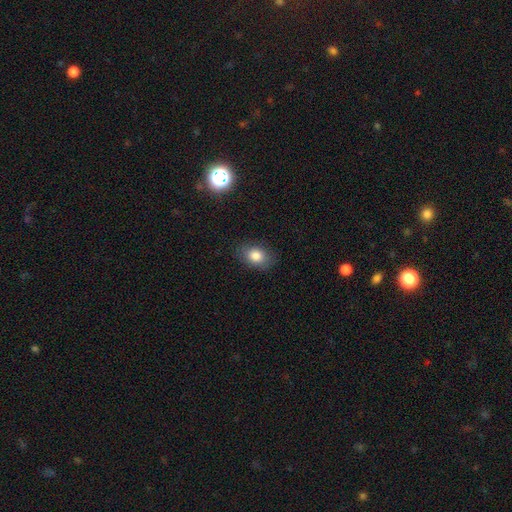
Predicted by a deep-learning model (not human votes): A smooth galaxy with no disk features (82%) that is in between round and cigar-shaped (72%). Merging: none (84%).